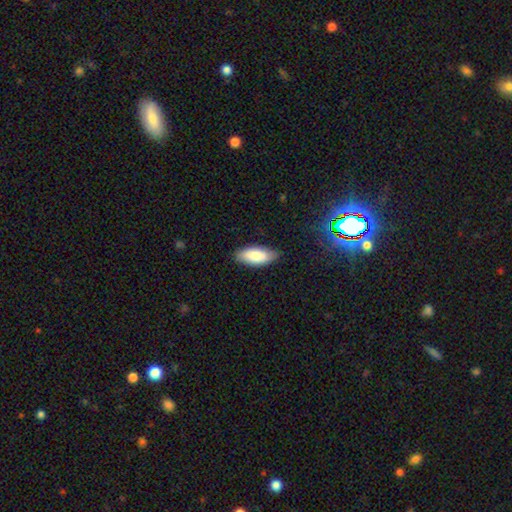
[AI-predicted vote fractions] This appears to be a smooth galaxy with no disk features (85%) that is in between round and cigar-shaped (83%). Merging: none (81%).